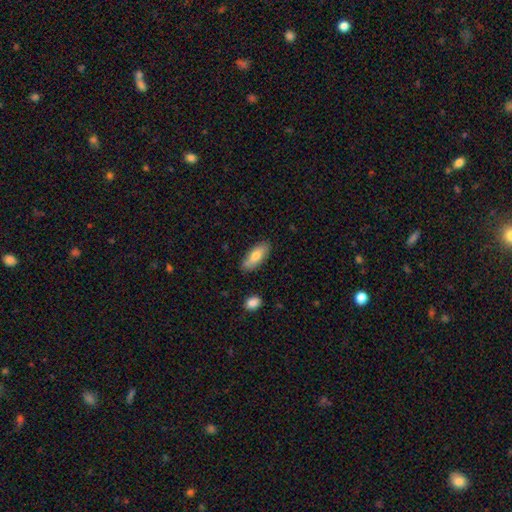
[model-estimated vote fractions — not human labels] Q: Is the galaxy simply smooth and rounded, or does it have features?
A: smooth — 75%.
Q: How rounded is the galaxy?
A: in between — 79%.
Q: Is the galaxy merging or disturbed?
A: none — 80%.